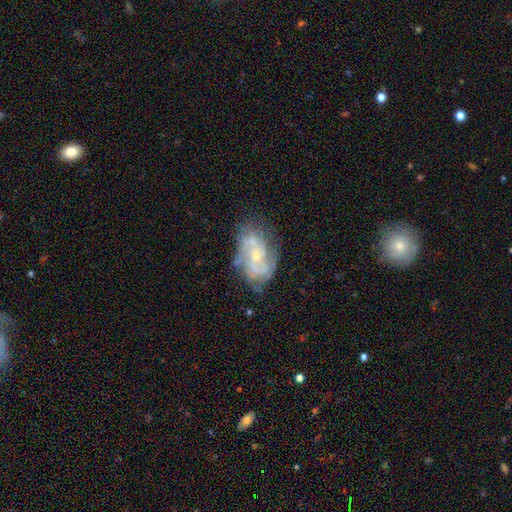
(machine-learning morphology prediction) type=featured or disk (82%); edge-on=no (97%); bar=no (65%); spiral arms=yes (89%); winding=medium (43%); arm count=2 (35%); bulge=small (64%); merging=none (62%).